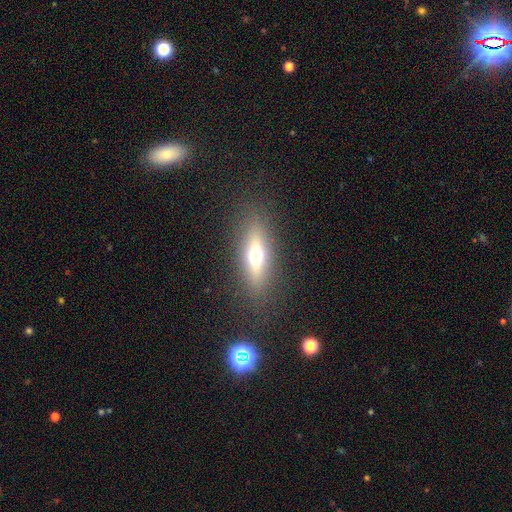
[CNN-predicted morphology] Q: Smooth or featured?
A: smooth (50%); runner-up: featured or disk (39%)
Q: How rounded?
A: in between (48%); runner-up: cigar-shaped (46%)
Q: Merging?
A: none (86%); runner-up: minor disturbance (9%)